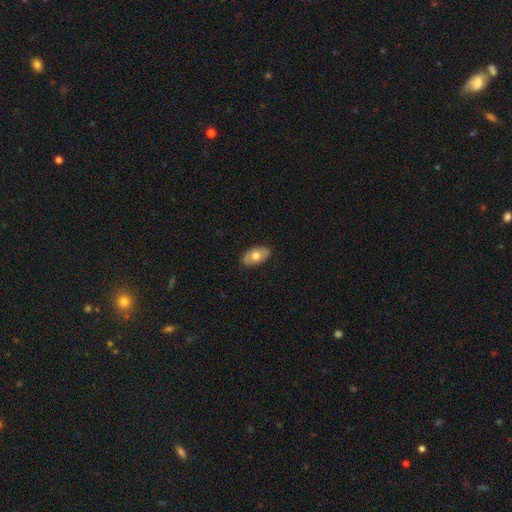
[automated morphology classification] type=smooth (61%); roundness=in between (91%); merging=none (83%).